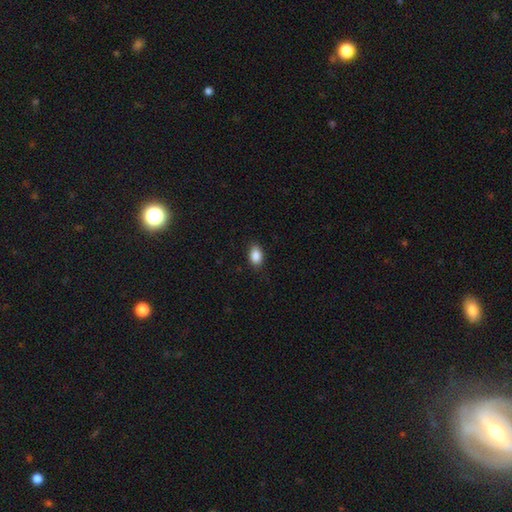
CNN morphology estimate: Smooth or featured? smooth (88%)
How rounded? in between (87%)
Merging? none (85%)